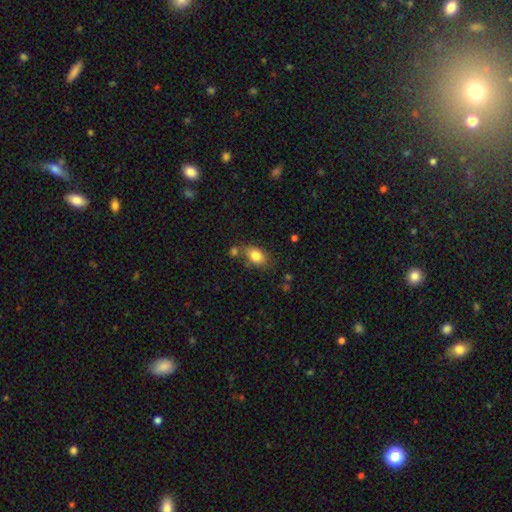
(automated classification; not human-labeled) smooth-or-featured: smooth: 82% | featured or disk: 9% | star or artifact: 8%
  how-rounded: in between: 85% | round: 13% | cigar-shaped: 2%
  merging: none: 65% | minor disturbance: 16% | merger: 15% | major disturbance: 5%